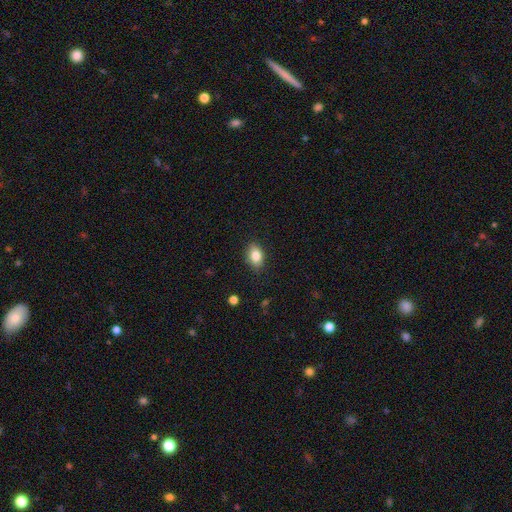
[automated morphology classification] A smooth galaxy with no disk features (84%) that is in between round and cigar-shaped (83%).

Vote fractions:
- Smooth or featured? smooth: 84% / star or artifact: 8% / featured or disk: 8%
- How rounded? in between: 83% / round: 15% / cigar-shaped: 2%
- Merging? none: 86% / minor disturbance: 11% / major disturbance: 2% / merger: 1%